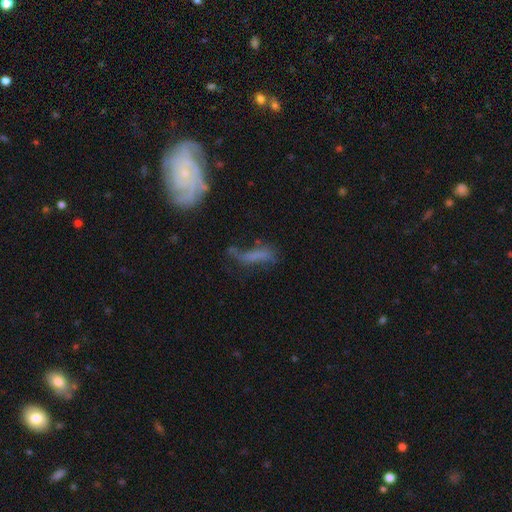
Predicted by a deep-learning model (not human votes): smooth-or-featured: featured or disk: 44% | smooth: 41% | star or artifact: 15%
  merging: none: 39% | major disturbance: 27% | minor disturbance: 24% | merger: 10%